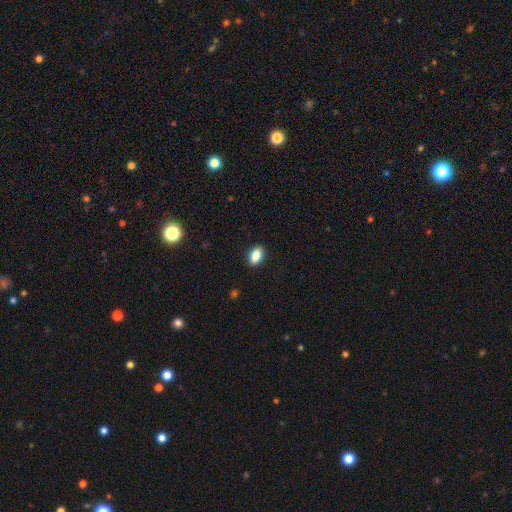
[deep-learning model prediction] smooth-or-featured: smooth: 85% | star or artifact: 8% | featured or disk: 7%
  how-rounded: in between: 88% | round: 8% | cigar-shaped: 4%
  merging: none: 89% | minor disturbance: 8% | major disturbance: 2% | merger: 1%